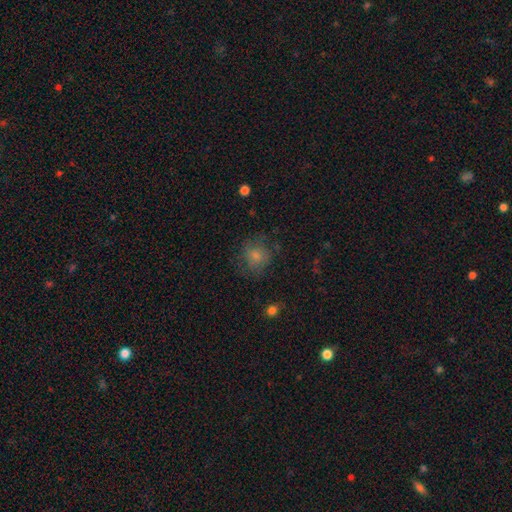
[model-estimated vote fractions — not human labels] This is likely a smooth galaxy (76%). How rounded: likely round (80%). Merging: likely none (68%).